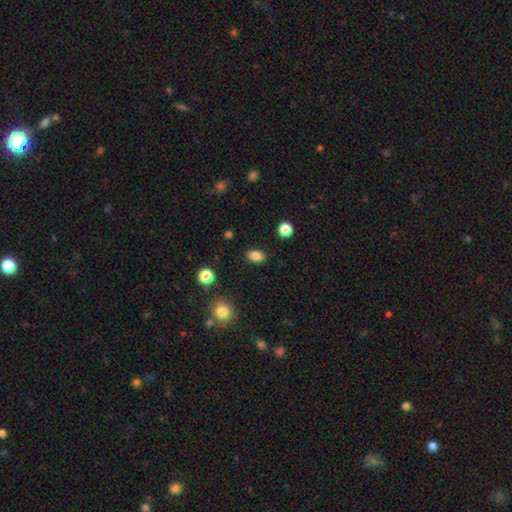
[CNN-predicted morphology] Smooth or featured? Predicted: smooth (p=0.84). How rounded? Predicted: in between (p=0.79). Merging? Predicted: none (p=0.87).